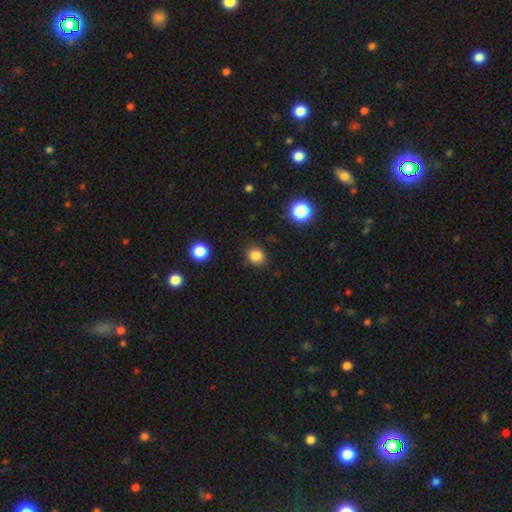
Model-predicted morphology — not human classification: Smooth or featured?
  - smooth: 84% *
  - star or artifact: 12%
  - featured or disk: 4%
How rounded?
  - round: 75% *
  - in between: 24%
  - cigar-shaped: 1%
Merging?
  - none: 85% *
  - minor disturbance: 10%
  - major disturbance: 3%
  - merger: 2%